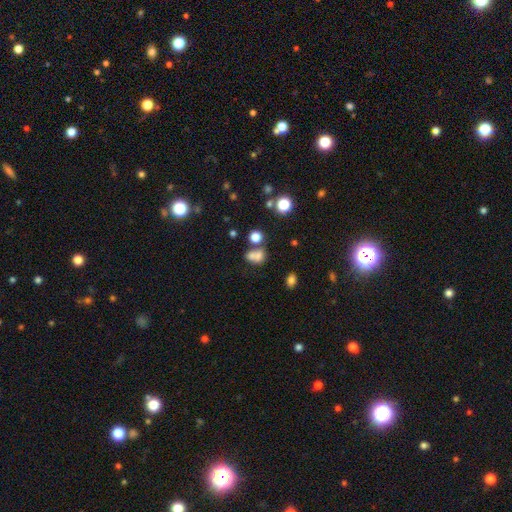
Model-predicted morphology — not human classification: Smooth or featured: smooth — 69% (star or artifact — 16%)
How rounded: in between — 50% (round — 49%)
Merging: merger — 48% (none — 33%)